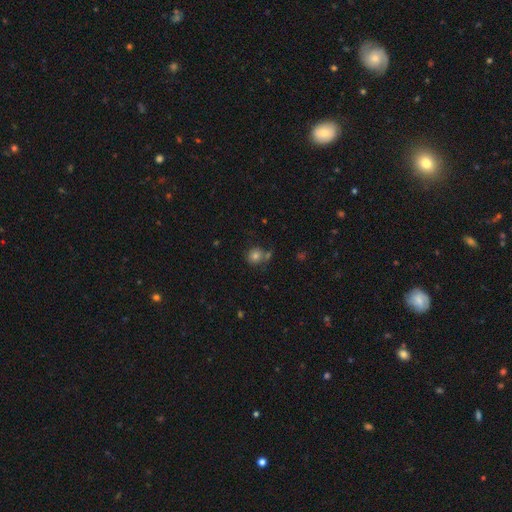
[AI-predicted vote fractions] Smooth or featured?
  - smooth: 75% *
  - star or artifact: 14%
  - featured or disk: 11%
How rounded?
  - round: 88% *
  - in between: 11%
  - cigar-shaped: 1%
Merging?
  - none: 69% *
  - merger: 14%
  - minor disturbance: 13%
  - major disturbance: 4%